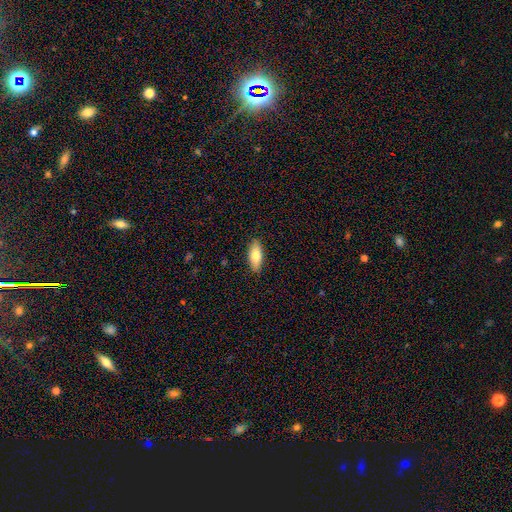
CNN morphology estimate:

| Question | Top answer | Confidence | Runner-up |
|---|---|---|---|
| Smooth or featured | smooth | 74% | featured or disk (20%) |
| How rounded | in between | 77% | cigar-shaped (21%) |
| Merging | none | 88% | minor disturbance (9%) |